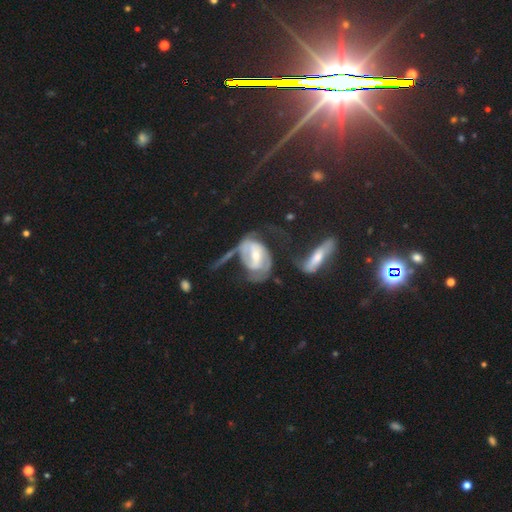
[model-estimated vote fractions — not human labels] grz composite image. It shows a featured or disk galaxy (81%) with a weak bar (40%), 2 (74%) medium (40%) spiral arms (87%) and a small central bulge (47%). Merging: major disturbance (33%).